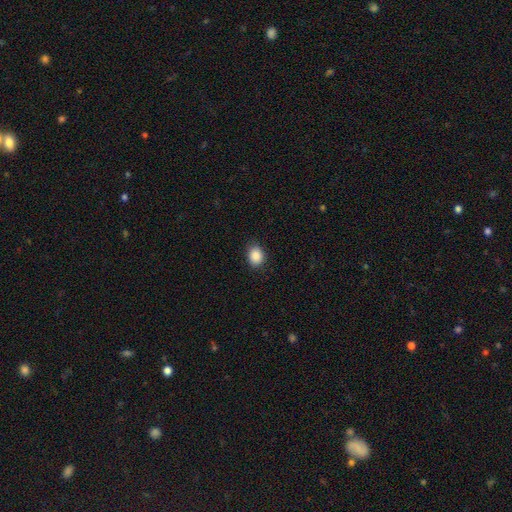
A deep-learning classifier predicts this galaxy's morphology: Smooth or featured?
  - smooth: 88% *
  - star or artifact: 9%
  - featured or disk: 3%
How rounded?
  - in between: 54% *
  - round: 45%
  - cigar-shaped: 1%
Merging?
  - none: 83% *
  - minor disturbance: 13%
  - major disturbance: 3%
  - merger: 1%